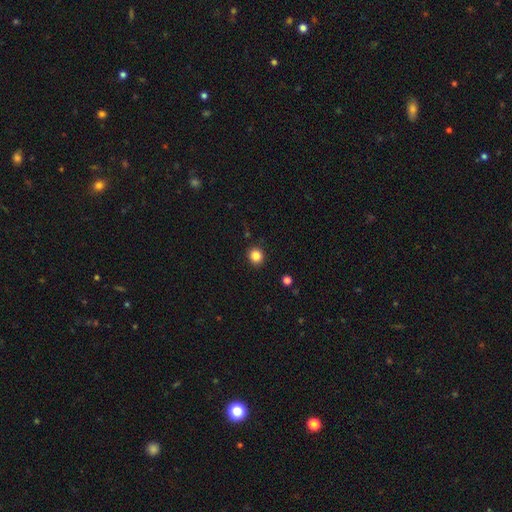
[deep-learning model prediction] This appears to be a smooth galaxy with no disk features (85%) that is round (88%). Merging: none (92%).